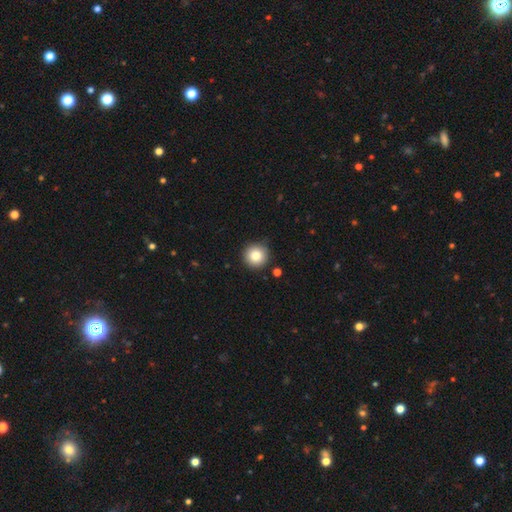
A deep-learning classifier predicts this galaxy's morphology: Smooth or featured? Predicted: smooth (p=0.84). How rounded? Predicted: round (p=0.96). Merging? Predicted: none (p=0.88).